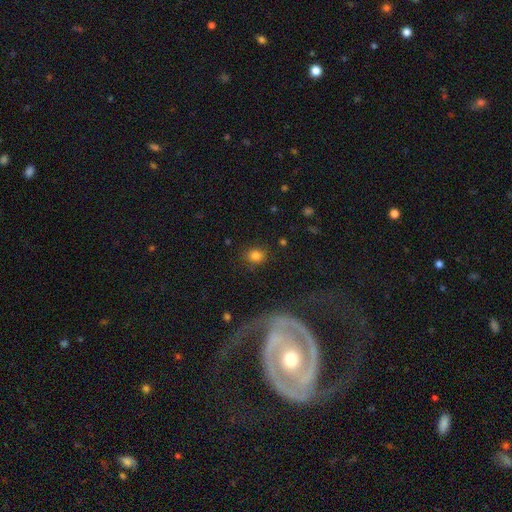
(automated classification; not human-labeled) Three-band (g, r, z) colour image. It shows a smooth galaxy with no disk features (81%) that is round (71%). Merging: none (85%).